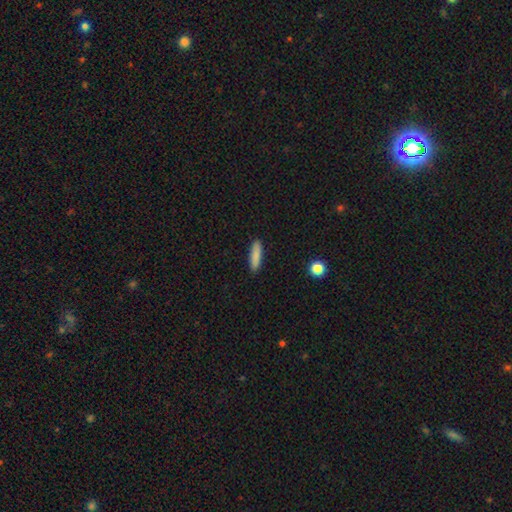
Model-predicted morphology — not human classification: This is clearly a smooth galaxy (86%). How rounded: likely cigar-shaped (75%). Merging: clearly none (90%).